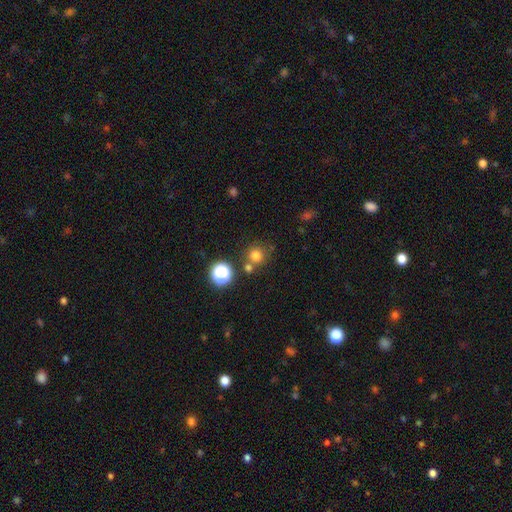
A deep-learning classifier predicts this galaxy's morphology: Smooth or featured?
  - smooth: 75% *
  - star or artifact: 18%
  - featured or disk: 7%
How rounded?
  - round: 91% *
  - in between: 9%
  - cigar-shaped: 1%
Merging?
  - none: 69% *
  - merger: 18%
  - minor disturbance: 10%
  - major disturbance: 4%